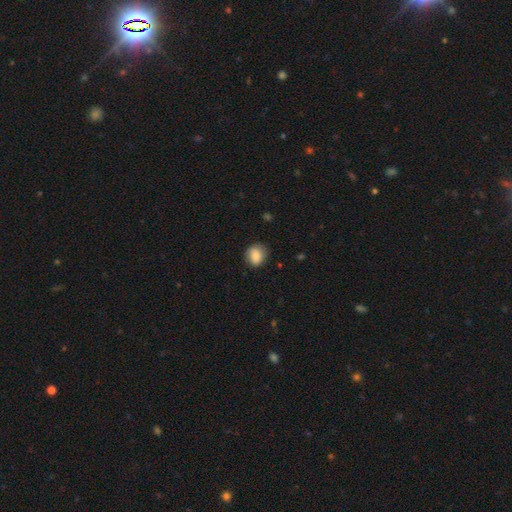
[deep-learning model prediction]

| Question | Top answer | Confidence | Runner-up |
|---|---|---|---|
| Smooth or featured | smooth | 84% | featured or disk (8%) |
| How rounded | round | 62% | in between (37%) |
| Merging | none | 77% | minor disturbance (18%) |